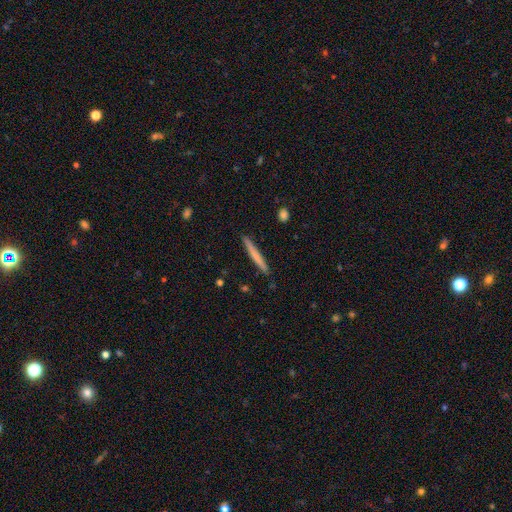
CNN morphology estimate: This appears to be a smooth galaxy with no disk features (66%) that is cigar-shaped (97%). Merging: none (91%).